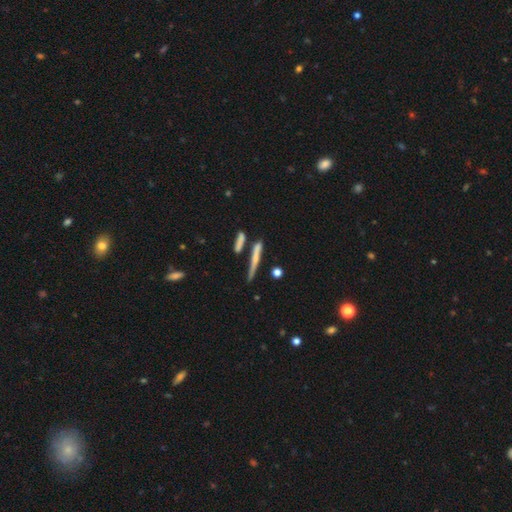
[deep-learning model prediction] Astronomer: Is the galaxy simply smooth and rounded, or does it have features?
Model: smooth — 48% (runner-up: featured or disk, 43%).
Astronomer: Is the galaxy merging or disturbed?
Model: none — 64%.